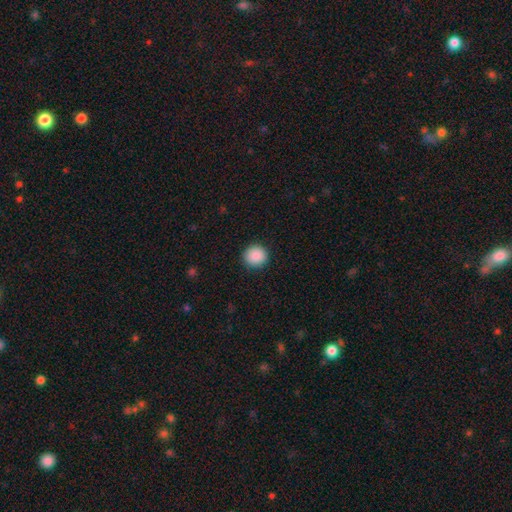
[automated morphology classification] Smooth or featured? Predicted: smooth (p=0.90). How rounded? Predicted: round (p=0.93). Merging? Predicted: none (p=0.91).